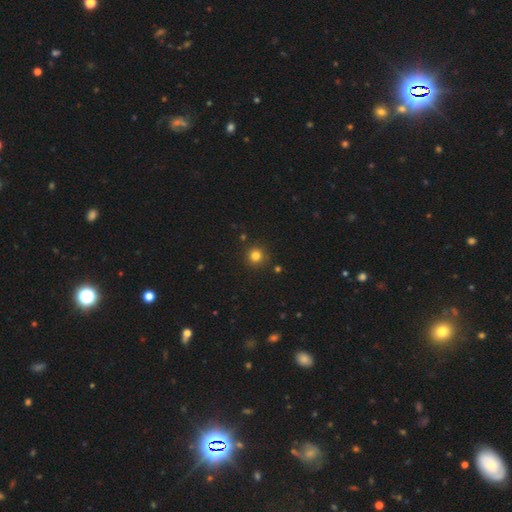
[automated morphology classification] Smooth or featured: smooth — 81% (star or artifact — 14%)
How rounded: round — 94% (in between — 5%)
Merging: none — 90% (minor disturbance — 6%)